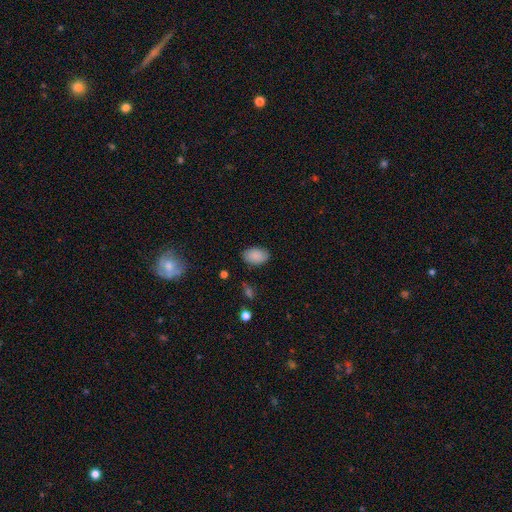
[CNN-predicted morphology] smooth-or-featured: smooth: 88% | star or artifact: 8% | featured or disk: 4%
  how-rounded: in between: 87% | round: 12% | cigar-shaped: 1%
  merging: none: 85% | minor disturbance: 11% | major disturbance: 3% | merger: 1%